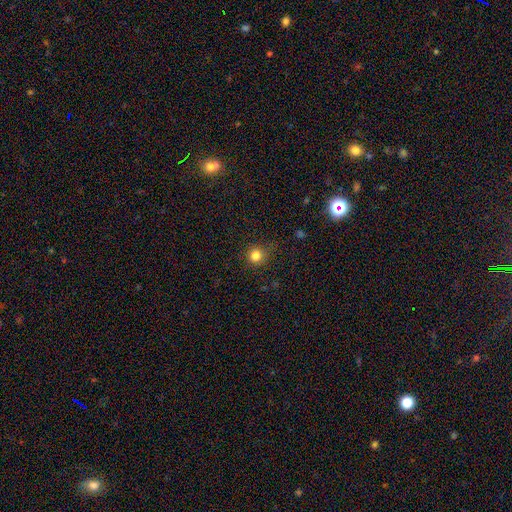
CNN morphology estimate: The model was most divided on "smooth or featured": smooth: 82%, star or artifact: 13%, featured or disk: 5%. More confident: how rounded — round (91%); merging — none (85%).